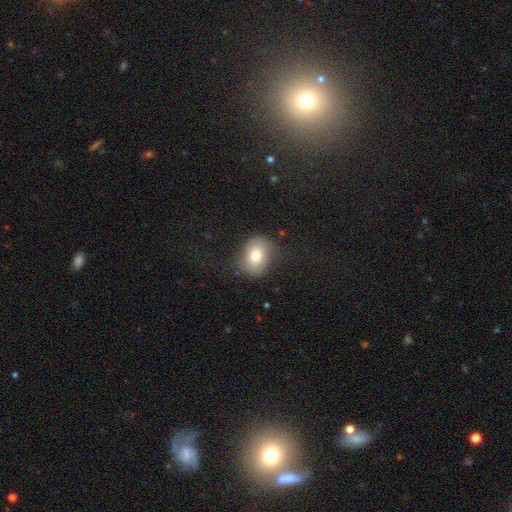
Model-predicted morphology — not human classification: Q: Smooth or featured?
A: smooth (77%); runner-up: featured or disk (13%)
Q: How rounded?
A: in between (55%); runner-up: round (44%)
Q: Merging?
A: none (73%); runner-up: minor disturbance (19%)